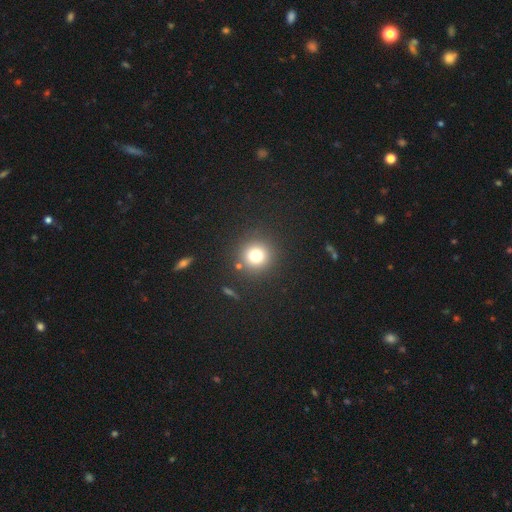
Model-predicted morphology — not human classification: Smooth or featured? smooth (77%)
How rounded? round (94%)
Merging? none (87%)